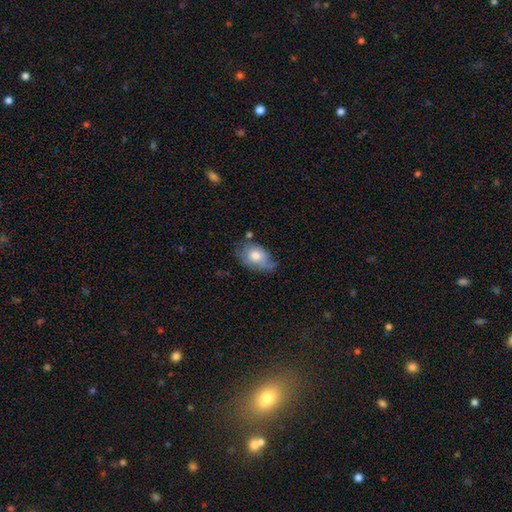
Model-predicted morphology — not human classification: smooth 66%, featured or disk 27%, star or artifact 7%. Down the decision tree: how rounded — in between (81%); merging — none (42%).